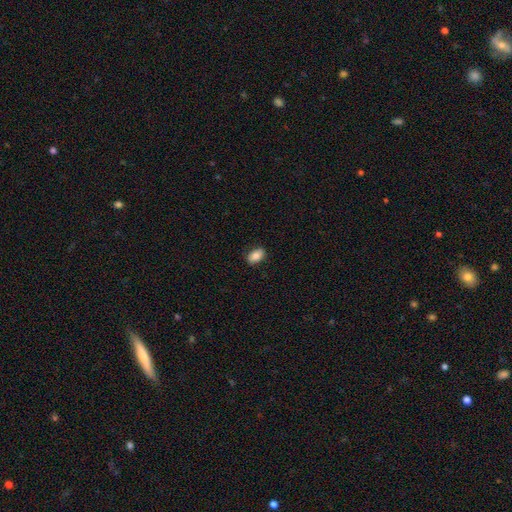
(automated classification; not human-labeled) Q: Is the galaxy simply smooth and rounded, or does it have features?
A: smooth — 82%.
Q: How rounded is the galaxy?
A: in between — 89%.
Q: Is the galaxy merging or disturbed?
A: none — 87%.